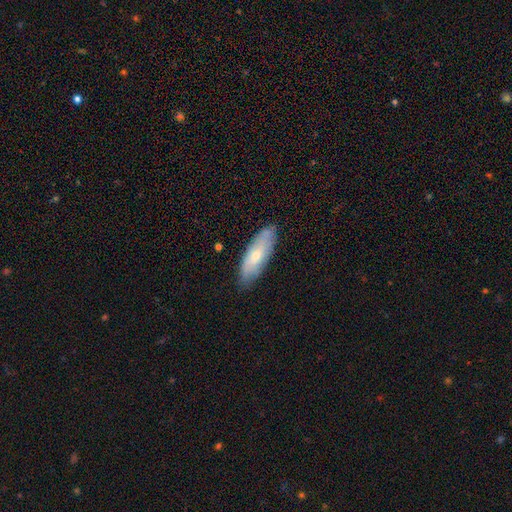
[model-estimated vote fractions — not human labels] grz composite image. It shows a smooth galaxy with no disk features (57%) that is in between round and cigar-shaped (62%). Merging: none (81%).